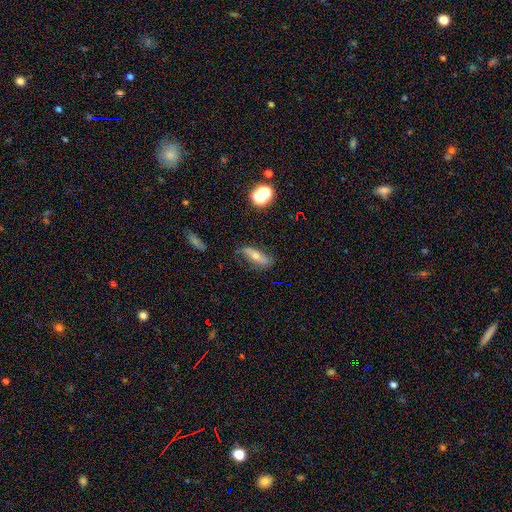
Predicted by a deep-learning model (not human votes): Smooth or featured? featured or disk (46%)
Merging? none (73%)